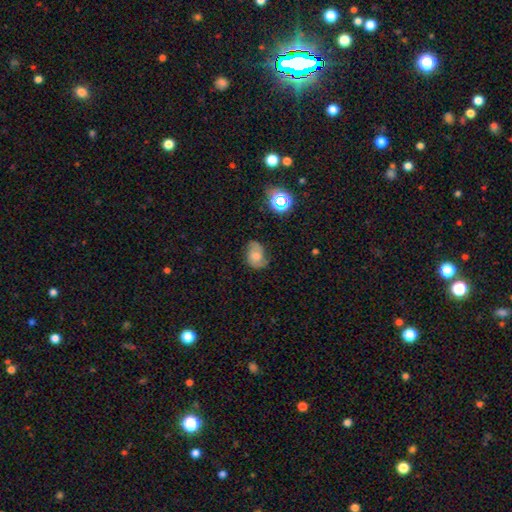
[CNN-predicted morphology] smooth_or_featured: featured or disk (p=0.45) [alt: smooth p=0.42]
merging: none (p=0.57) [alt: minor disturbance p=0.29]